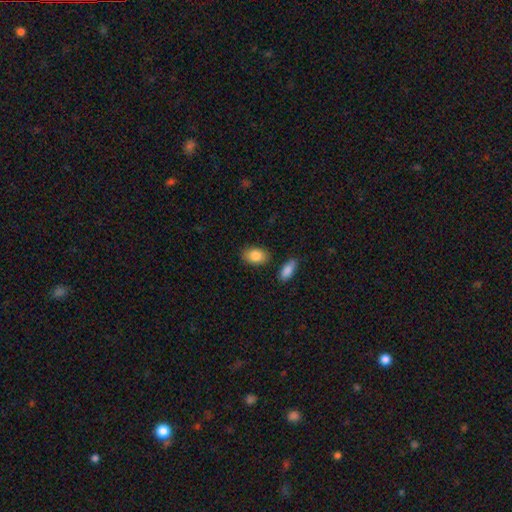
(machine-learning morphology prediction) Smooth or featured? Predicted: smooth (p=0.85). How rounded? Predicted: in between (p=0.85). Merging? Predicted: none (p=0.83).